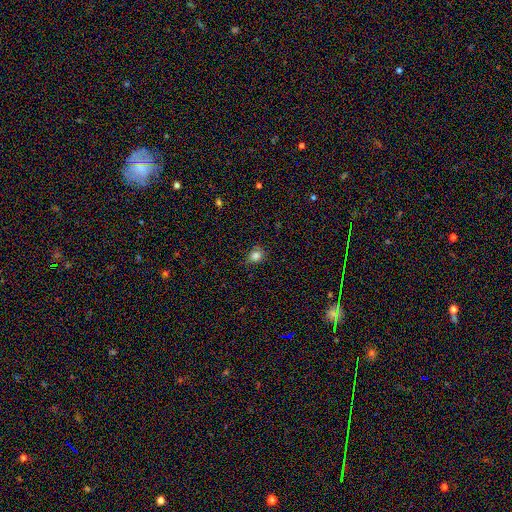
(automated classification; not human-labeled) A smooth galaxy with no disk features (83%) that is round (73%).

Vote fractions:
- Smooth or featured? smooth: 83% / star or artifact: 12% / featured or disk: 4%
- How rounded? round: 73% / in between: 26% / cigar-shaped: 1%
- Merging? none: 76% / minor disturbance: 19% / major disturbance: 4% / merger: 1%